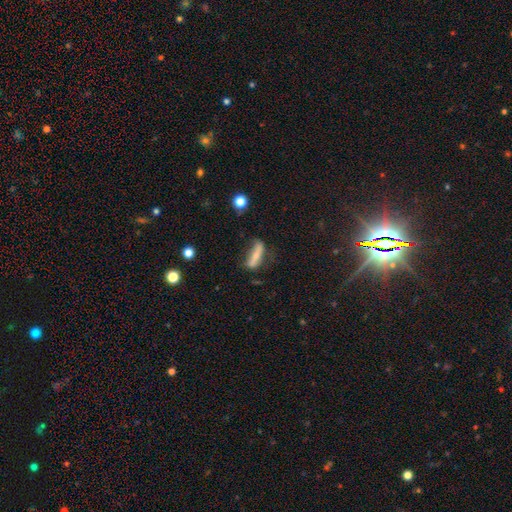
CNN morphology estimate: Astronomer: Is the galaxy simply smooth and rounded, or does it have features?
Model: smooth — 56% (runner-up: featured or disk, 35%).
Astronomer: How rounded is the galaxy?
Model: cigar-shaped — 65%.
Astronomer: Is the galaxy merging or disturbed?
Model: none — 47% (runner-up: minor disturbance, 28%).